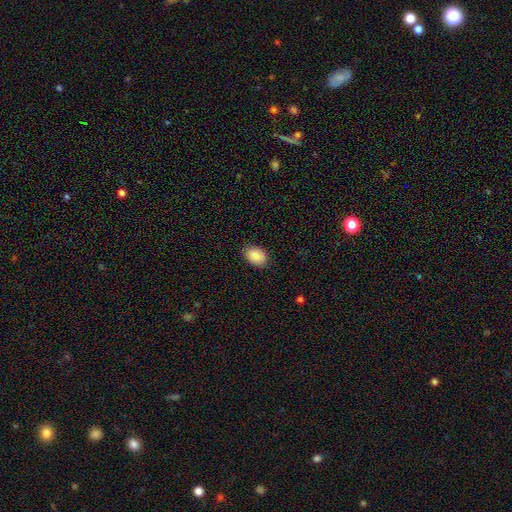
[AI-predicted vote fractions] A smooth galaxy with no disk features (88%) that is in between round and cigar-shaped (83%).

Vote fractions:
- Smooth or featured? smooth: 88% / star or artifact: 7% / featured or disk: 5%
- How rounded? in between: 83% / round: 16% / cigar-shaped: 1%
- Merging? none: 86% / minor disturbance: 11% / major disturbance: 2% / merger: 1%